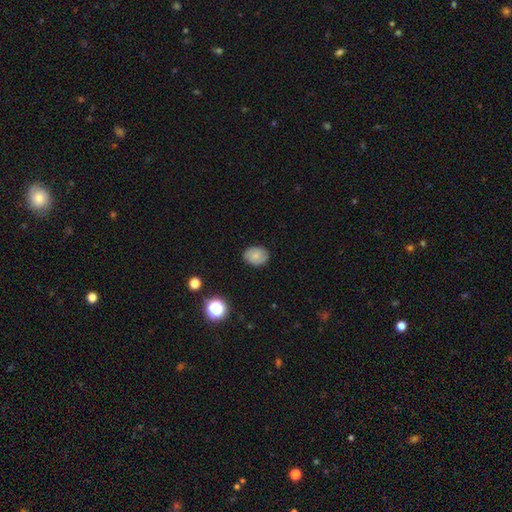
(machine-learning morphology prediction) Overall: smooth (71%). How rounded: in between (51%; round 48%). Merging: none (85%).